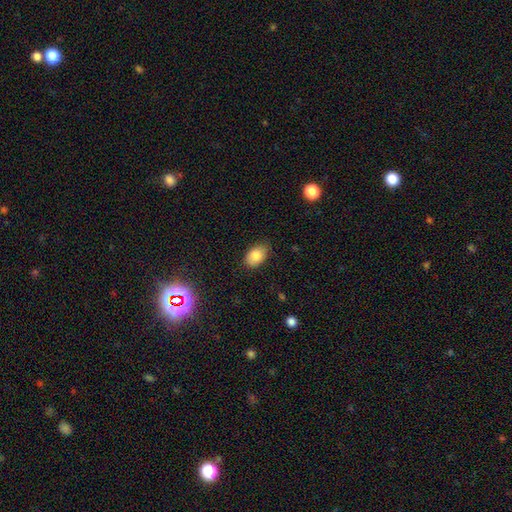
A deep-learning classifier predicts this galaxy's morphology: Smooth or featured? Predicted: smooth (p=0.83). How rounded? Predicted: in between (p=0.88). Merging? Predicted: none (p=0.82).